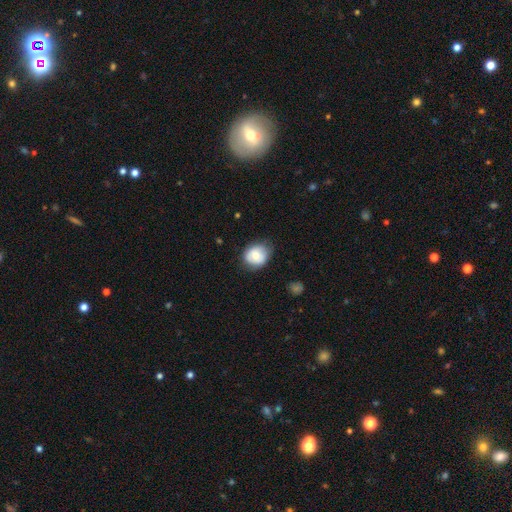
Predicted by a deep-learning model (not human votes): Overall: smooth (66%). How rounded: round (68%; in between 31%). Merging: none (71%).